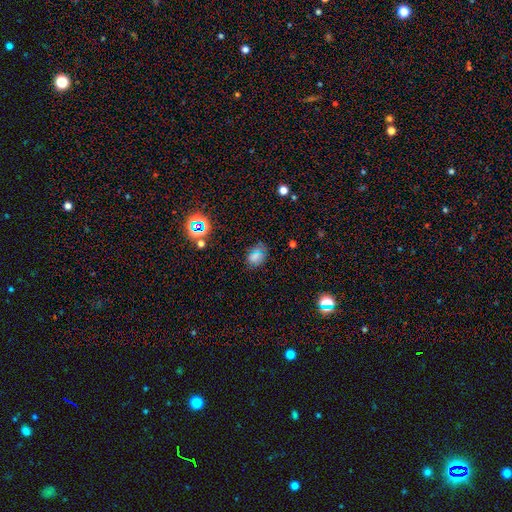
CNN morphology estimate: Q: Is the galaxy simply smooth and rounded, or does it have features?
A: smooth — 63%.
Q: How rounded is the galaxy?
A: in between — 63%.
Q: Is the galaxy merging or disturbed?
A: none — 76%.